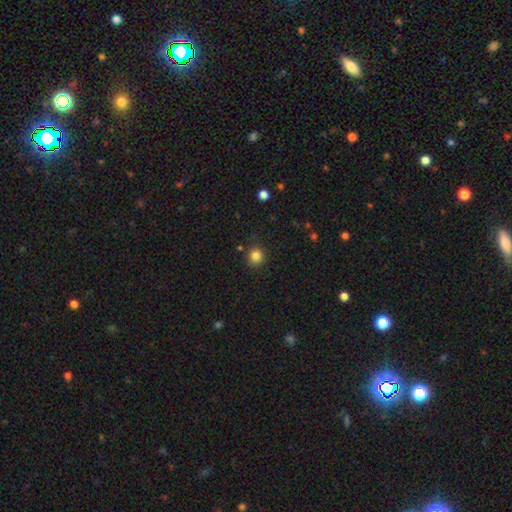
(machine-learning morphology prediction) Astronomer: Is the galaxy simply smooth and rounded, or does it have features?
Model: smooth — 83%.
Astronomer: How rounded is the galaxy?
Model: round — 92%.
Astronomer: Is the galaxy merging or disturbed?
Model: none — 88%.